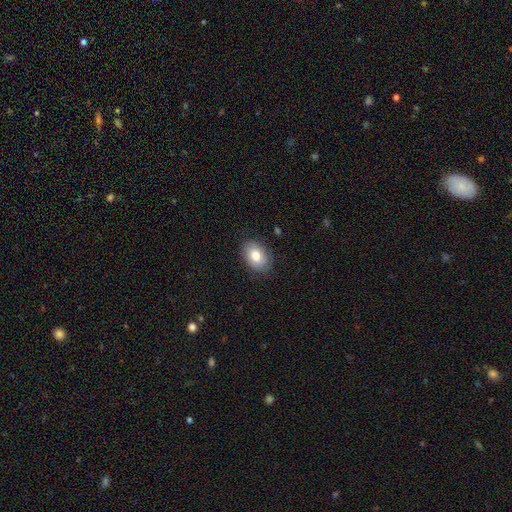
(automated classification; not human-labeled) A smooth galaxy with no disk features (77%) that is in between round and cigar-shaped (83%).

Vote fractions:
- Smooth or featured? smooth: 77% / featured or disk: 16% / star or artifact: 7%
- How rounded? in between: 83% / round: 16% / cigar-shaped: 1%
- Merging? none: 82% / minor disturbance: 14% / major disturbance: 4% / merger: 1%